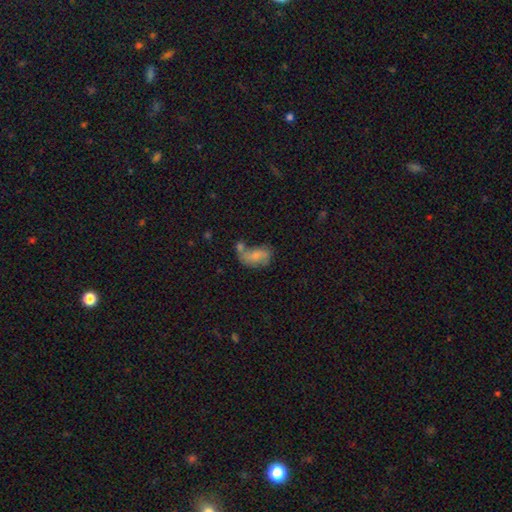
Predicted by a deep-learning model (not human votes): smooth 60%, featured or disk 31%, star or artifact 9%. Down the decision tree: how rounded — in between (88%); merging — none (33%, tied with merger).